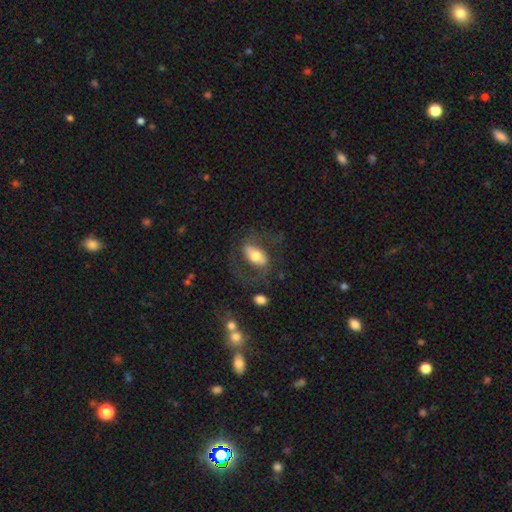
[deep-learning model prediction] Q: Smooth or featured?
A: featured or disk (52%); runner-up: smooth (41%)
Q: Edge-on disk?
A: no (91%); runner-up: yes (9%)
Q: Merging?
A: none (55%); runner-up: major disturbance (24%)